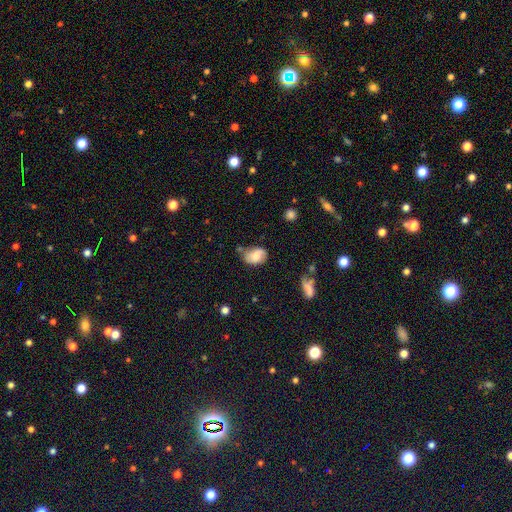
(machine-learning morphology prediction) The model was most divided on "merging": none: 52%, minor disturbance: 30%, merger: 9%, major disturbance: 9%. More confident: how rounded — in between (80%); smooth or featured — smooth (60%).